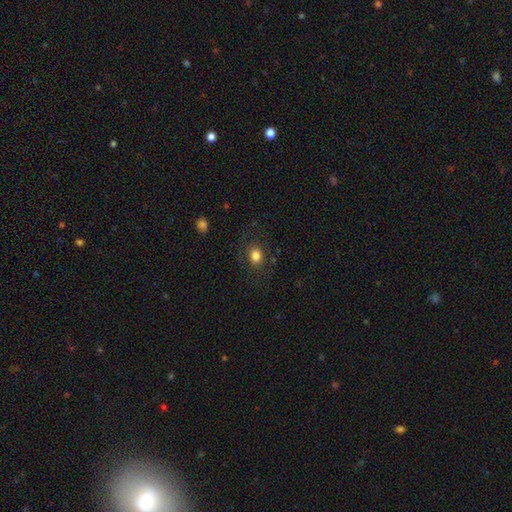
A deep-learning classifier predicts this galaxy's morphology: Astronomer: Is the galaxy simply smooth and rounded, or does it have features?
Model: smooth — 81%.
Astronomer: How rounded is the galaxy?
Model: round — 59% (runner-up: in between, 40%).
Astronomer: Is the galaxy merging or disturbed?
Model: none — 79%.